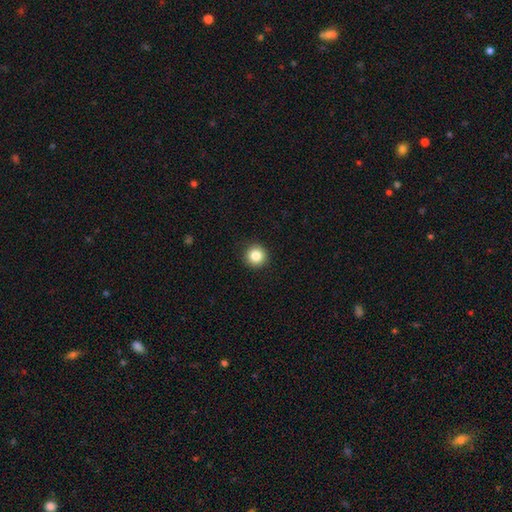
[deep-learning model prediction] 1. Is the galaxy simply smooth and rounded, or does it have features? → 85% smooth, 10% star or artifact, 5% featured or disk.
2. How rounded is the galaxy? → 95% round, 4% in between, 1% cigar-shaped.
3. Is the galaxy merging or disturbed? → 92% none, 5% minor disturbance, 2% major disturbance, 1% merger.